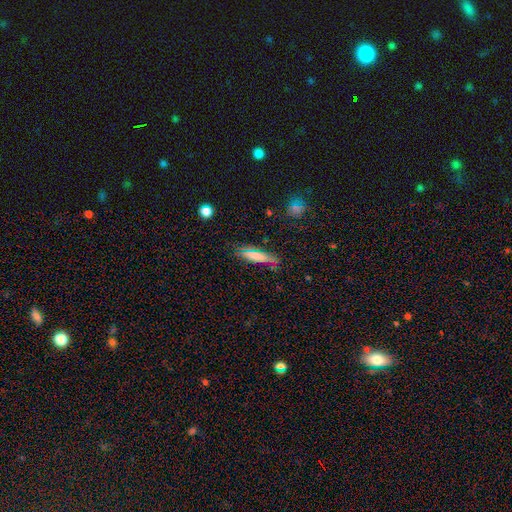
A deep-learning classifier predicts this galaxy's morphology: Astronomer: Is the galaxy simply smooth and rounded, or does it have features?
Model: smooth — 69%.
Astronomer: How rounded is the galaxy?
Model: cigar-shaped — 74%.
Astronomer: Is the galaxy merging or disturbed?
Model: none — 73%.